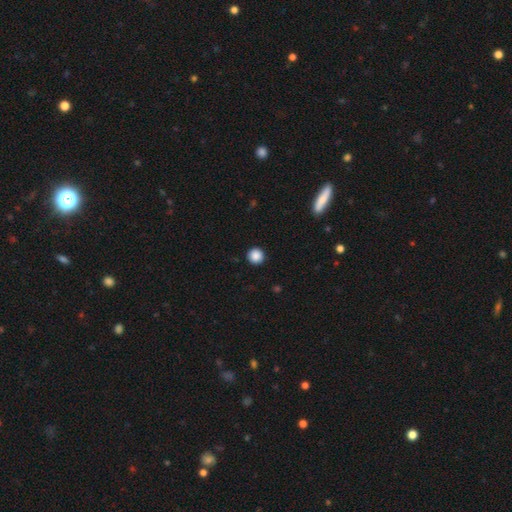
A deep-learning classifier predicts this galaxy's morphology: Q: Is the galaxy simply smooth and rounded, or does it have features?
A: smooth — 88%.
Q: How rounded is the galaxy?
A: round — 96%.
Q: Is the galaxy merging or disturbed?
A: none — 93%.